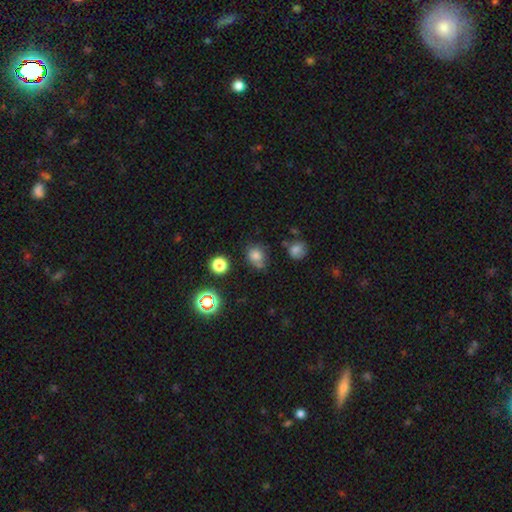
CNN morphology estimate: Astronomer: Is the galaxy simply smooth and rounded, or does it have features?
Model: smooth — 75%.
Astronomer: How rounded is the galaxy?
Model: round — 64%.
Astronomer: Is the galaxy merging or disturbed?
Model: none — 62%.